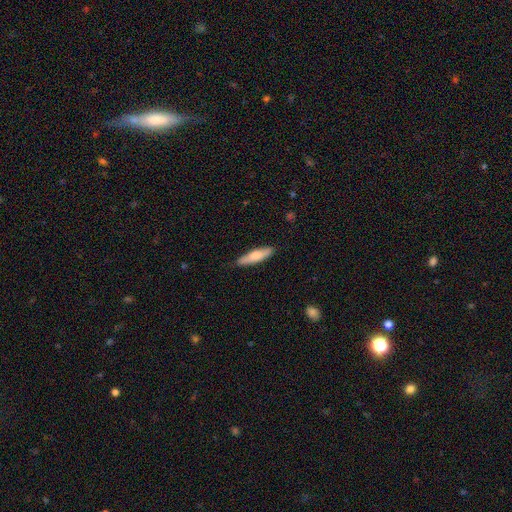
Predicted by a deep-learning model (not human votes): Smooth or featured? Predicted: smooth (p=0.70). How rounded? Predicted: cigar-shaped (p=0.74). Merging? Predicted: none (p=0.85).